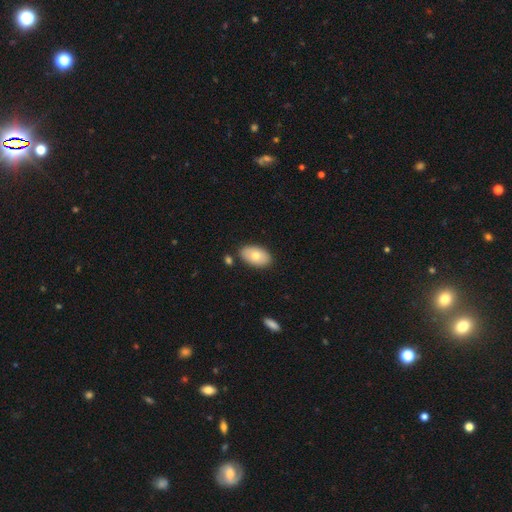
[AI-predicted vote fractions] The model was most divided on "smooth or featured": smooth: 74%, featured or disk: 20%, star or artifact: 6%. More confident: how rounded — in between (94%); merging — none (84%).